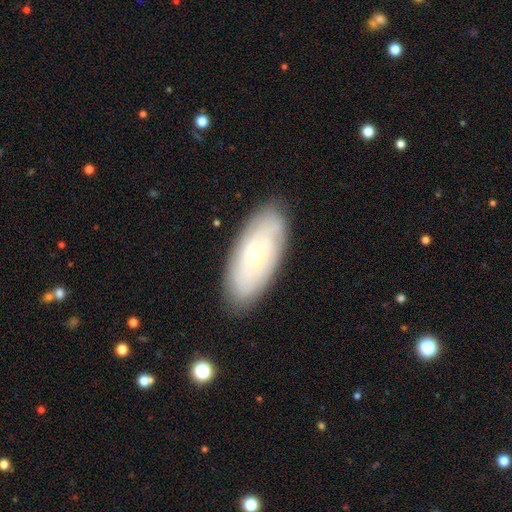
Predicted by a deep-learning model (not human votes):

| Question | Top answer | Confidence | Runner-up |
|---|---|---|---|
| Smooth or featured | featured or disk | 55% | smooth (38%) |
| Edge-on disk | no | 86% | yes (14%) |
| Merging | none | 84% | minor disturbance (12%) |